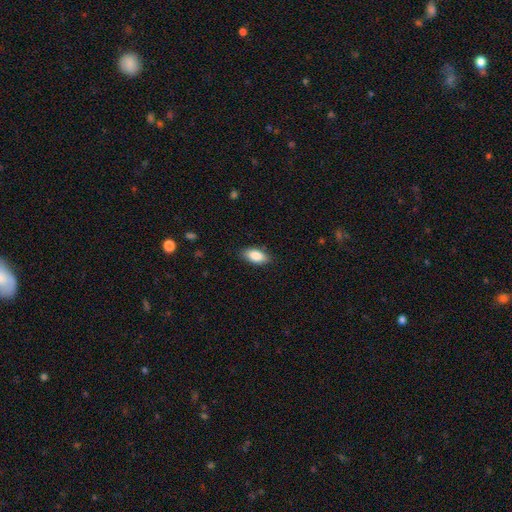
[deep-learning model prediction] This appears to be a smooth galaxy with no disk features (87%) that is in between round and cigar-shaped (91%). Merging: none (85%).